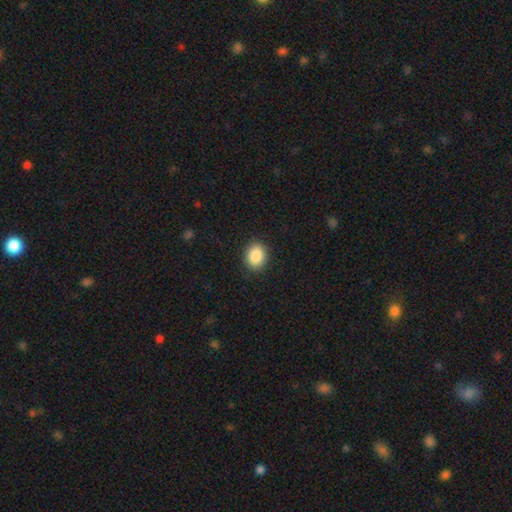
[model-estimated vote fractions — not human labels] smooth 88%, star or artifact 8%, featured or disk 4%. Down the decision tree: how rounded — in between (51%); merging — none (89%).